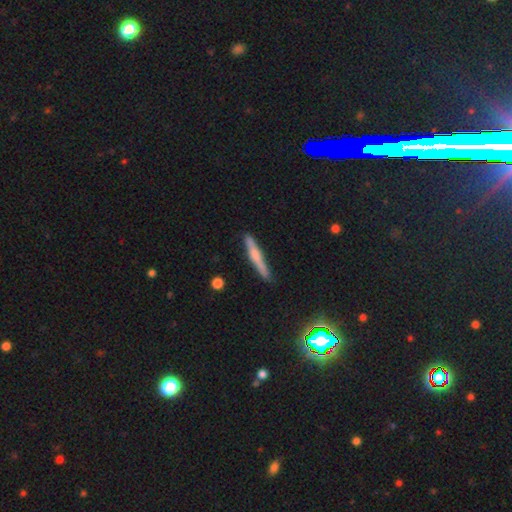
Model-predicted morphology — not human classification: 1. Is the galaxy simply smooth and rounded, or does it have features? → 48% smooth, 45% featured or disk, 7% star or artifact.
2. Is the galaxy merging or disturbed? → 87% none, 10% minor disturbance, 2% major disturbance, 2% merger.